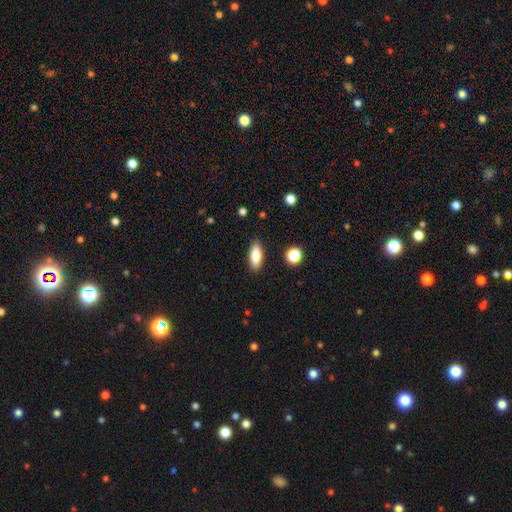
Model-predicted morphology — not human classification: This appears to be a smooth galaxy with no disk features (81%) that is in between round and cigar-shaped (72%). Merging: none (88%).